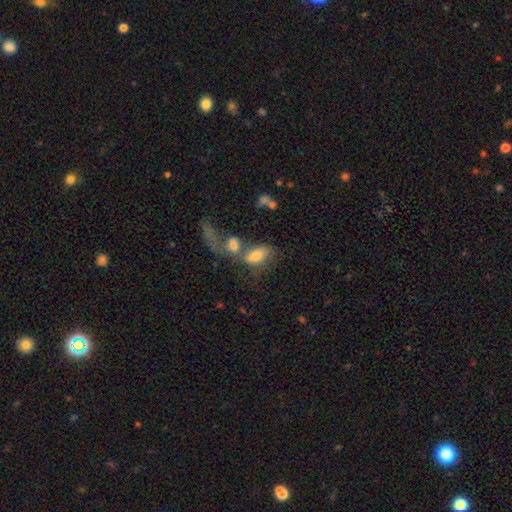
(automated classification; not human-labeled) Smooth or featured?
  - smooth: 72% *
  - featured or disk: 18%
  - star or artifact: 10%
How rounded?
  - in between: 87% *
  - round: 8%
  - cigar-shaped: 4%
Merging?
  - merger: 57% *
  - none: 21%
  - major disturbance: 14%
  - minor disturbance: 9%